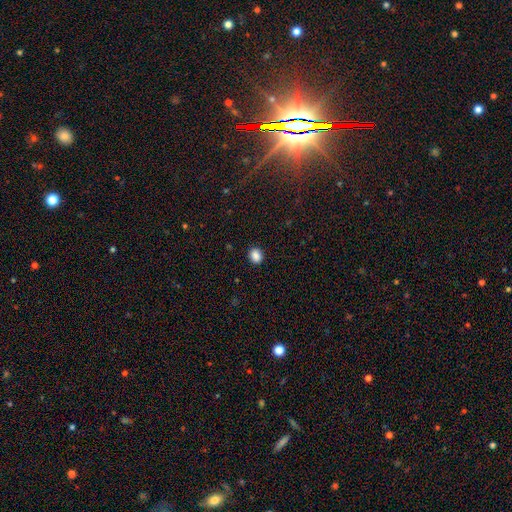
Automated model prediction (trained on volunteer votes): Smooth or featured: smooth — 87% (star or artifact — 10%)
How rounded: round — 57% (in between — 42%)
Merging: none — 89% (minor disturbance — 8%)